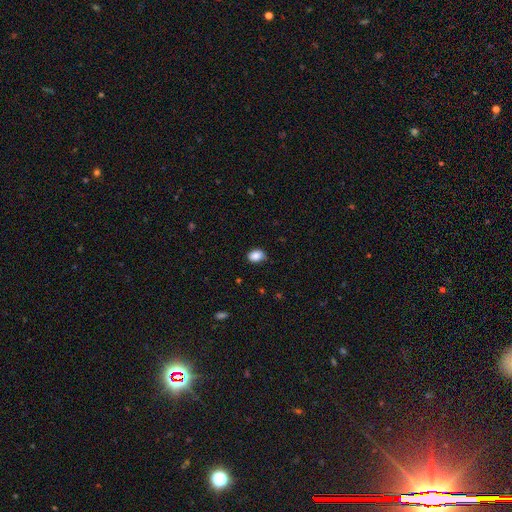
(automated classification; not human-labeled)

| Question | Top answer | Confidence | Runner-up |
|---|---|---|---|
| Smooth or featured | smooth | 88% | star or artifact (8%) |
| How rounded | in between | 74% | round (25%) |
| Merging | none | 82% | minor disturbance (14%) |